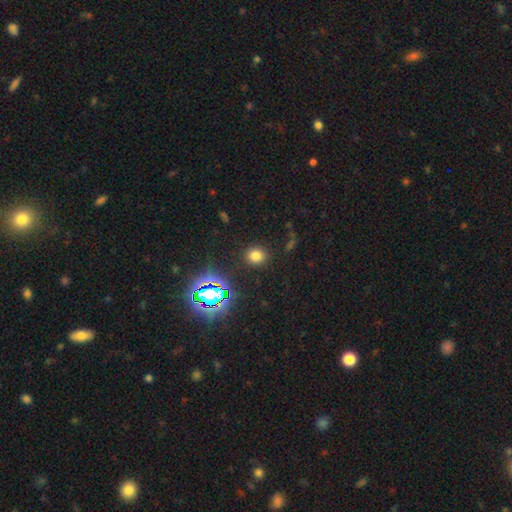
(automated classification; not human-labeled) smooth-or-featured: smooth: 73% | star or artifact: 21% | featured or disk: 7%
  how-rounded: round: 78% | in between: 21% | cigar-shaped: 1%
  merging: none: 87% | minor disturbance: 7% | major disturbance: 3% | merger: 2%